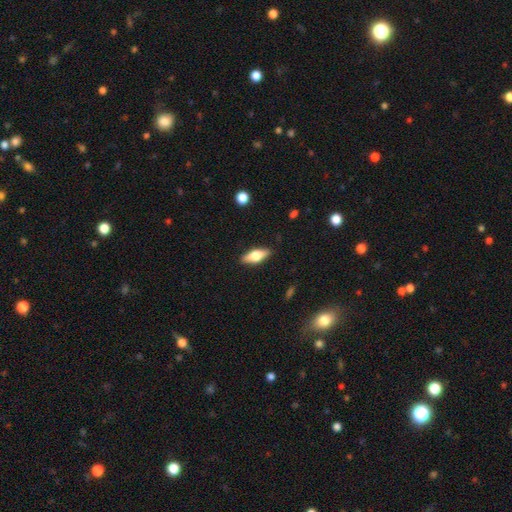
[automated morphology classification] Smooth or featured: smooth — 58% (featured or disk — 36%)
How rounded: in between — 70% (cigar-shaped — 27%)
Merging: none — 88% (minor disturbance — 9%)